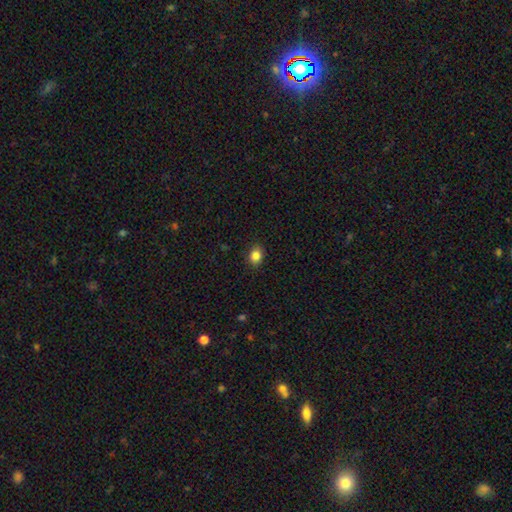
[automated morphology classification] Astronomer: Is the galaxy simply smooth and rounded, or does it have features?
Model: smooth — 85%.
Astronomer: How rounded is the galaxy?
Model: in between — 52% (runner-up: round, 47%).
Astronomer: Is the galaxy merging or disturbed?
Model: none — 89%.